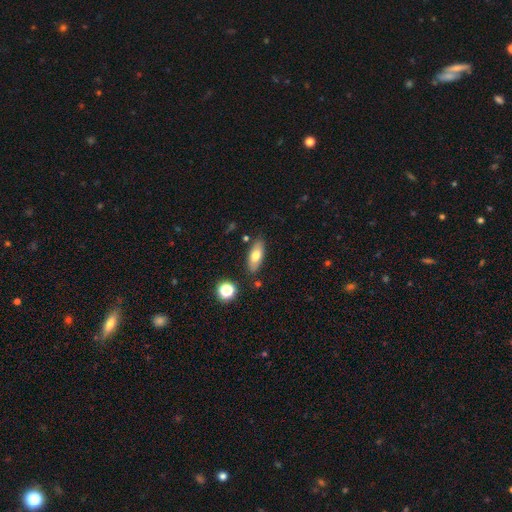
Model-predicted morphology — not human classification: Smooth or featured? smooth (71%)
How rounded? in between (79%)
Merging? none (82%)